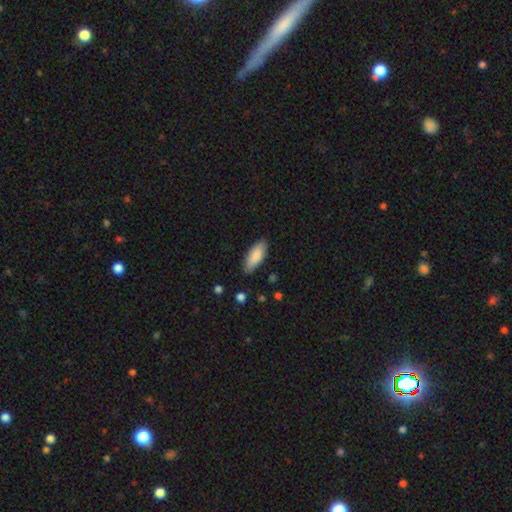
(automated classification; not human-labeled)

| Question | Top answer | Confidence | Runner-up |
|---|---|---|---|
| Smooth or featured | smooth | 87% | featured or disk (7%) |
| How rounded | in between | 79% | cigar-shaped (19%) |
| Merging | none | 86% | minor disturbance (11%) |